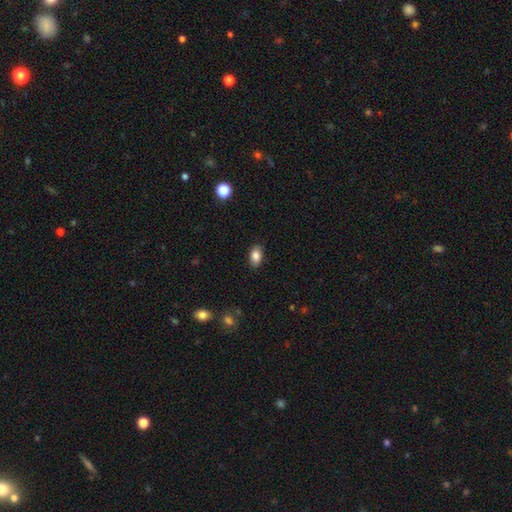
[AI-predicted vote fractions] This is clearly a smooth galaxy (86%). How rounded: clearly in between (88%). Merging: clearly none (86%).